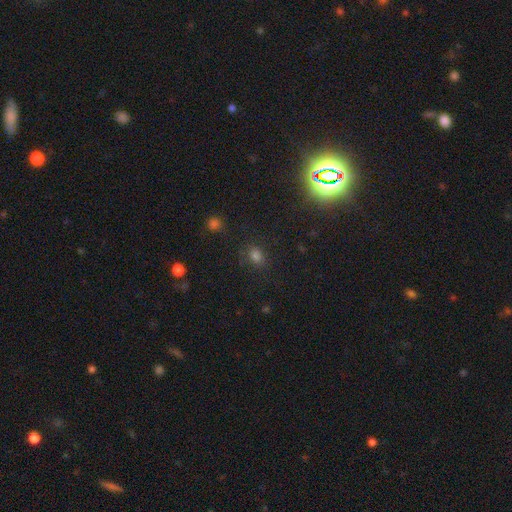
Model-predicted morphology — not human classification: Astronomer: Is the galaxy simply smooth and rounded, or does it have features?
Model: smooth — 63%.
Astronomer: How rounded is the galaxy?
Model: in between — 50% (runner-up: round, 49%).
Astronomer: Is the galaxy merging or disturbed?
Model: none — 81%.